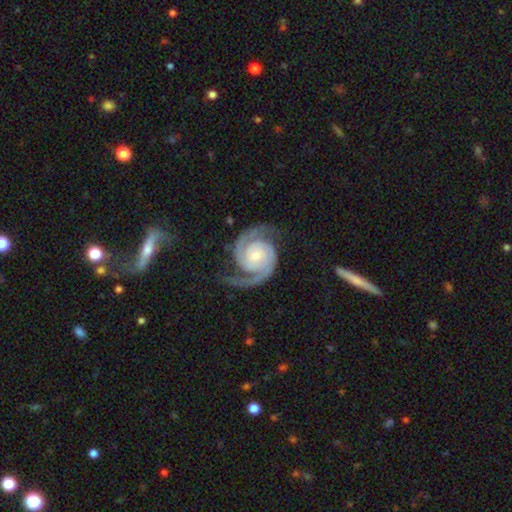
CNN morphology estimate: Overall: featured or disk (93%). Edge-on disk: no (98%). Bar: no (72%). Spiral arms: yes (99%). Spiral arm count: 2 (93%). Spiral winding: tight (49%; medium 42%). Bulge size: small (57%; moderate 36%). Merging: none (78%).